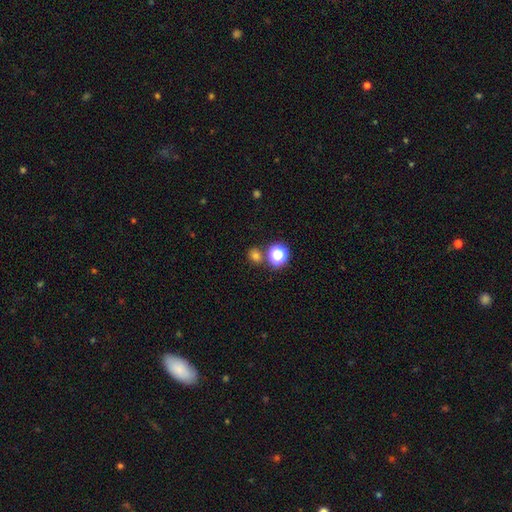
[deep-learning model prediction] Overall: smooth (71%). How rounded: round (74%). Merging: none (74%).